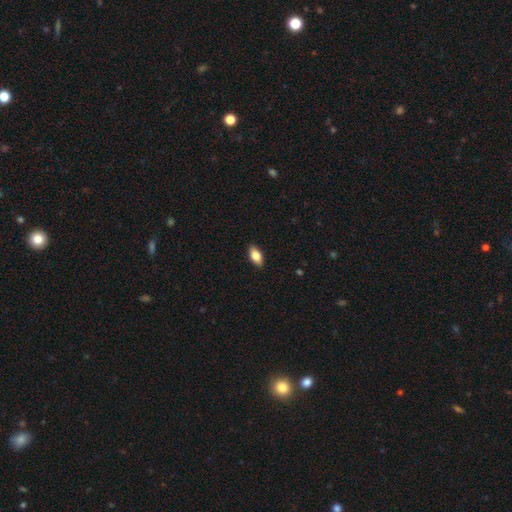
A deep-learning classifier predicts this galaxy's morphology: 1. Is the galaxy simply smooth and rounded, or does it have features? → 79% smooth, 14% featured or disk, 7% star or artifact.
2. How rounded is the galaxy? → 88% in between, 8% cigar-shaped, 4% round.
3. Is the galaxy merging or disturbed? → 89% none, 8% minor disturbance, 2% major disturbance, 1% merger.